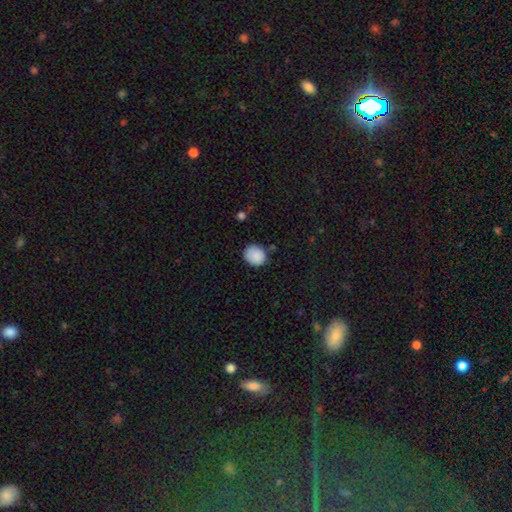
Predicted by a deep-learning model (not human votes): Smooth or featured: smooth — 87% (star or artifact — 8%)
How rounded: round — 76% (in between — 23%)
Merging: none — 77% (minor disturbance — 17%)